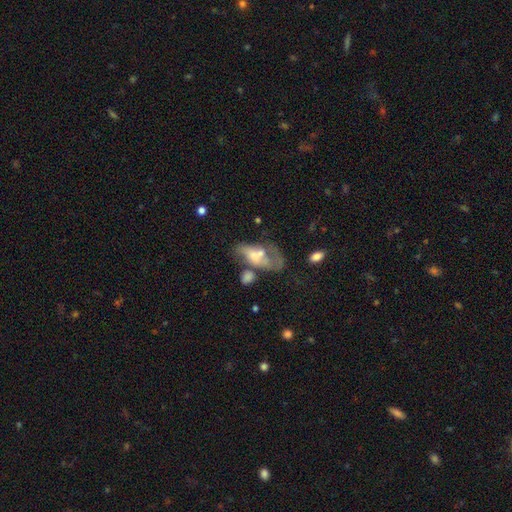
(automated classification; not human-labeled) Morphology: type=smooth (46%); merging=merger (38%).